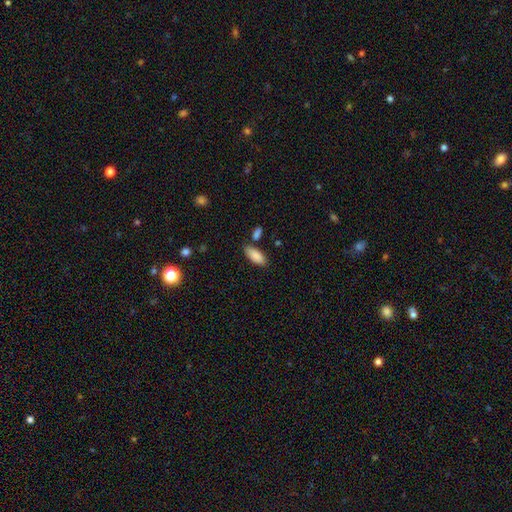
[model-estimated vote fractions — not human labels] The model was most divided on "merging": none: 75%, minor disturbance: 14%, merger: 8%, major disturbance: 3%. More confident: smooth or featured — smooth (88%); how rounded — in between (83%).